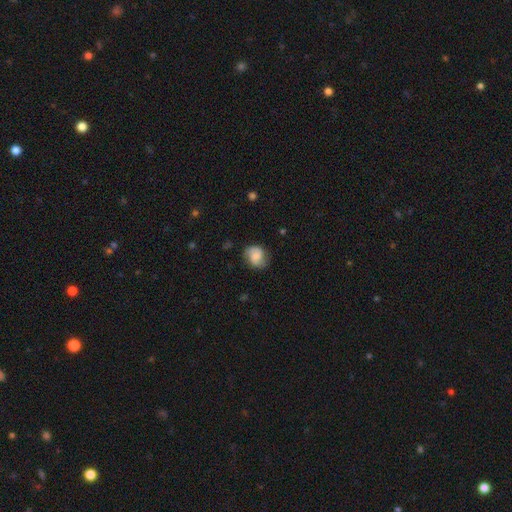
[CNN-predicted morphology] A smooth galaxy with no disk features (50%) that is round (61%). Merging: none (69%).